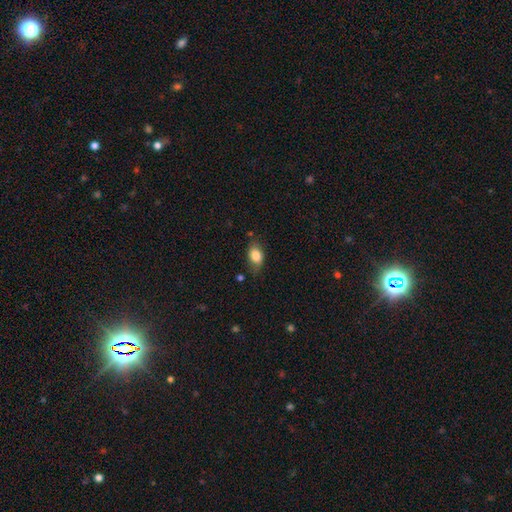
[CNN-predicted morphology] Smooth or featured? smooth (82%)
How rounded? in between (85%)
Merging? none (67%)